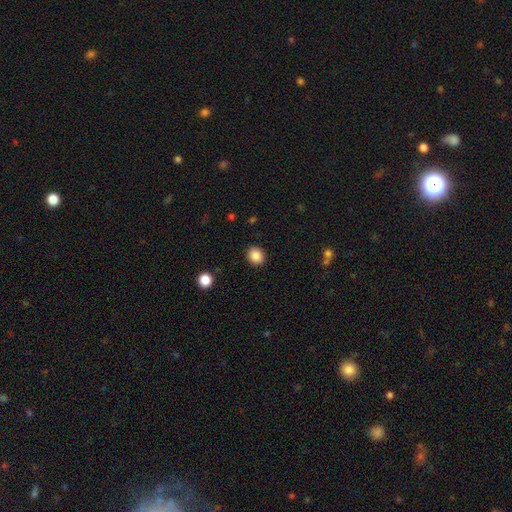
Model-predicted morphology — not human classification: The model was most divided on "how rounded": round: 77%, in between: 22%, cigar-shaped: 1%. More confident: merging — none (91%); smooth or featured — smooth (87%).